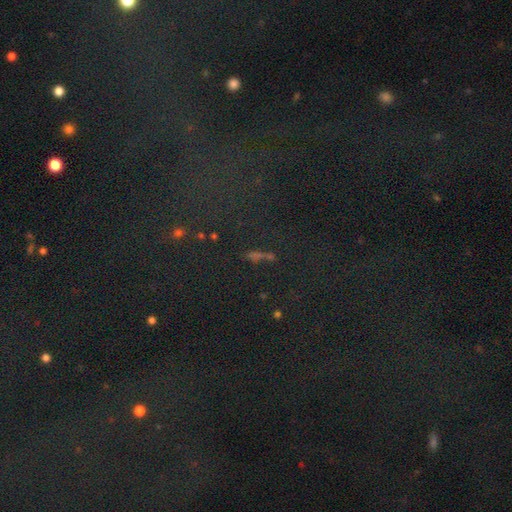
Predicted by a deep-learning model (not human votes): A star or artifact, not a galaxy (52%).